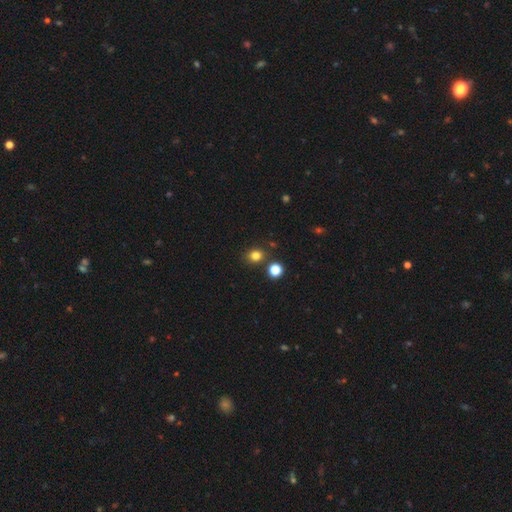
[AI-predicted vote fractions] smooth-or-featured: smooth: 79% | star or artifact: 16% | featured or disk: 5%
  how-rounded: round: 72% | in between: 27% | cigar-shaped: 1%
  merging: none: 80% | minor disturbance: 10% | merger: 8% | major disturbance: 3%